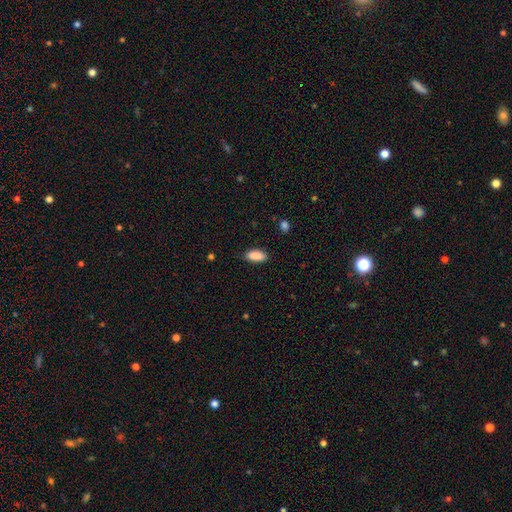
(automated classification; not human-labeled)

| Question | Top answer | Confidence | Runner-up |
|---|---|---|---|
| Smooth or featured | smooth | 89% | star or artifact (7%) |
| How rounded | in between | 86% | cigar-shaped (12%) |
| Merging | none | 84% | minor disturbance (13%) |